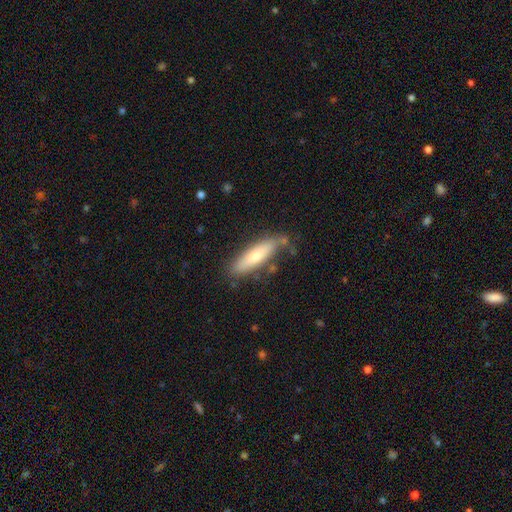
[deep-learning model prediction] smooth-or-featured: smooth: 68% | featured or disk: 26% | star or artifact: 6%
  how-rounded: cigar-shaped: 65% | in between: 33% | round: 2%
  merging: none: 70% | minor disturbance: 20% | major disturbance: 5% | merger: 5%